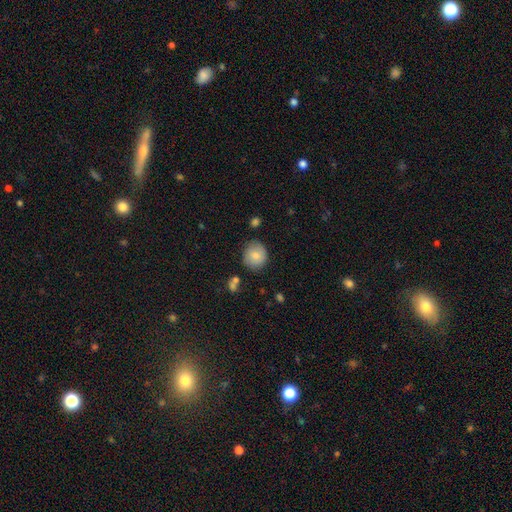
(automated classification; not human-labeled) smooth_or_featured: smooth (p=0.80) [alt: featured or disk p=0.13]
how_rounded: round (p=0.83) [alt: in between p=0.16]
merging: none (p=0.76) [alt: minor disturbance p=0.17]